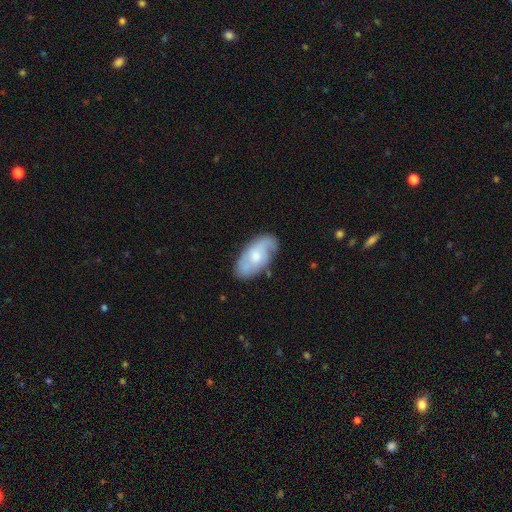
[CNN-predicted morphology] Smooth or featured? Predicted: featured or disk (p=0.55). Edge-on disk? Predicted: no (p=0.93). Bar? Predicted: no (p=0.65). Spiral arms? Predicted: yes (p=0.82). Bulge size? Predicted: moderate (p=0.55). Merging? Predicted: none (p=0.72).